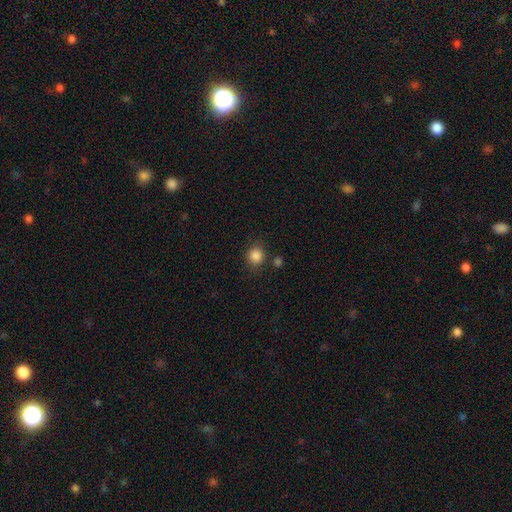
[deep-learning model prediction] The model was most divided on "merging": none: 81%, minor disturbance: 10%, merger: 5%, major disturbance: 3%. More confident: how rounded — round (88%); smooth or featured — smooth (86%).